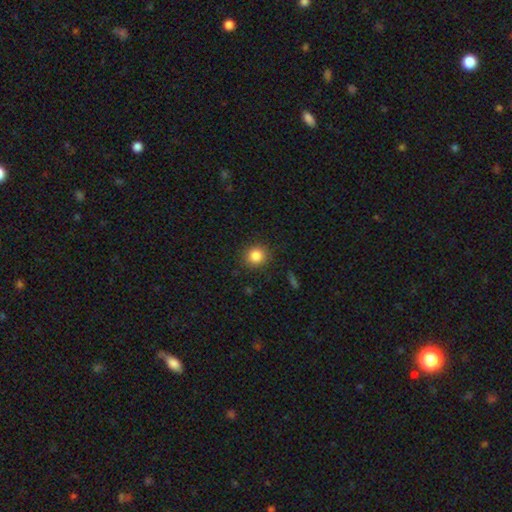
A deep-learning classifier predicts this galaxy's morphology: This appears to be a smooth galaxy with no disk features (85%) that is round (89%). Merging: none (89%).